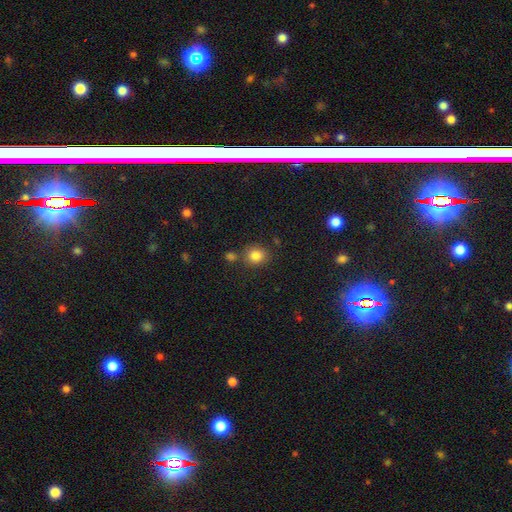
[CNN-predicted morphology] Overall: smooth (84%). How rounded: round (72%). Merging: none (74%).